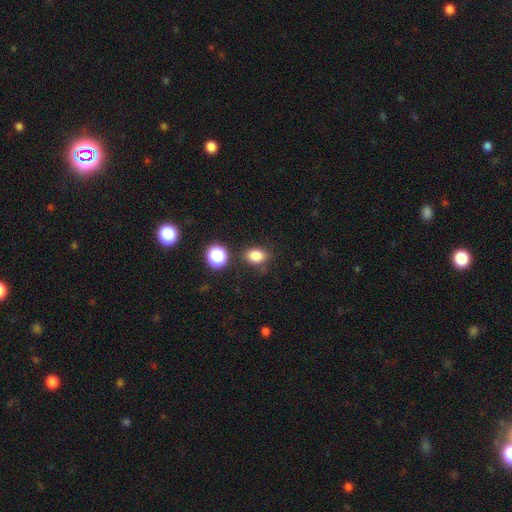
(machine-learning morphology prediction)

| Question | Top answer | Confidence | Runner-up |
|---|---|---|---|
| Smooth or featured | smooth | 82% | star or artifact (13%) |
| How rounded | in between | 65% | round (34%) |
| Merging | none | 76% | minor disturbance (14%) |